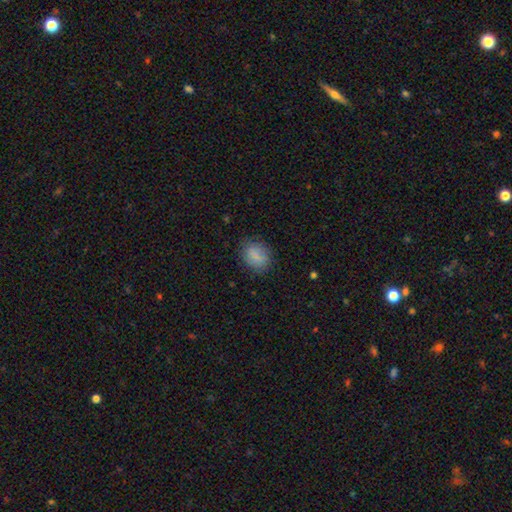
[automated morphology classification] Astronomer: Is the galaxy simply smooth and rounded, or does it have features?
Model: smooth — 83%.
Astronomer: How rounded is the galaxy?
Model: in between — 57% (runner-up: round, 41%).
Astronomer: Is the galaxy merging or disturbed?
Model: none — 78%.